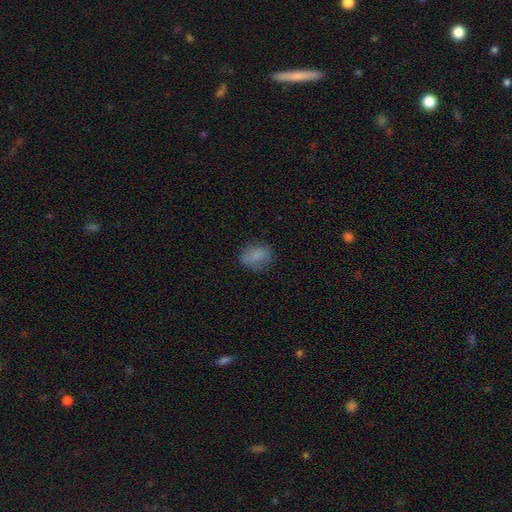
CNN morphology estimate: This appears to be a smooth galaxy with no disk features (78%) that is in between round and cigar-shaped (64%). Merging: none (66%).